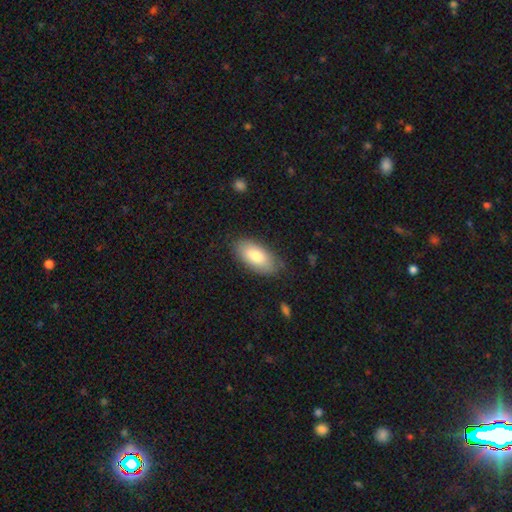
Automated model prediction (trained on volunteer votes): This is likely a smooth galaxy (79%). How rounded: clearly in between (92%). Merging: clearly none (82%).